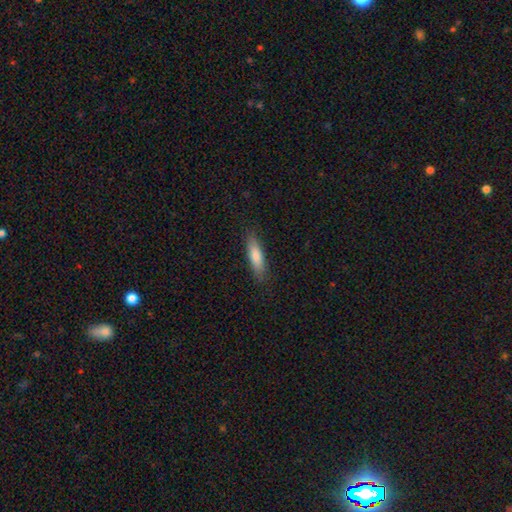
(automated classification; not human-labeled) This is likely a smooth galaxy (76%). How rounded: likely cigar-shaped (70%). Merging: clearly none (87%).